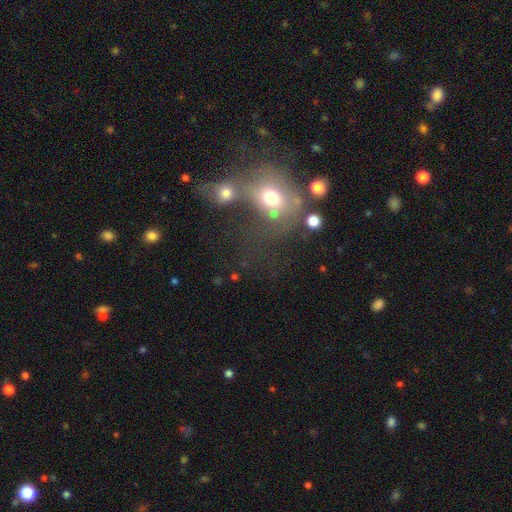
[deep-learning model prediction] Smooth or featured? Predicted: smooth (p=0.48). Merging? Predicted: merger (p=0.37).